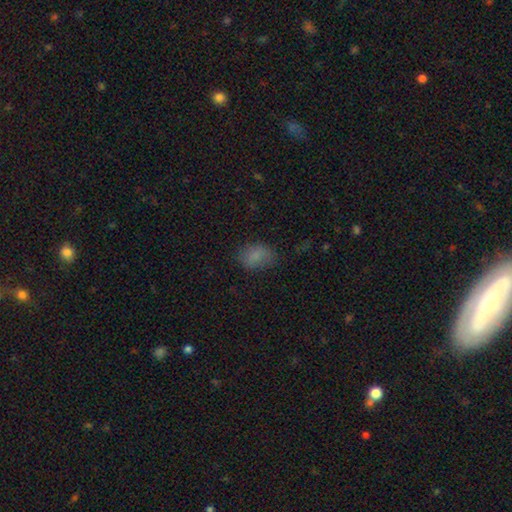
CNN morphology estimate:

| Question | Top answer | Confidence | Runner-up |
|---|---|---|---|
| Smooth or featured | smooth | 79% | star or artifact (13%) |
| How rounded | in between | 82% | round (16%) |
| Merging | none | 66% | minor disturbance (23%) |